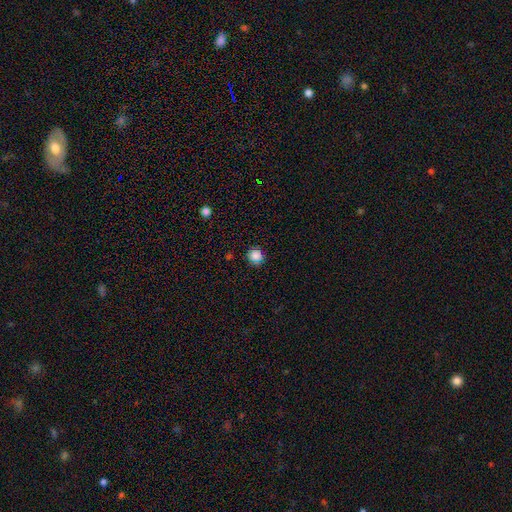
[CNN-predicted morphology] type=smooth (84%); roundness=round (90%); merging=none (86%).